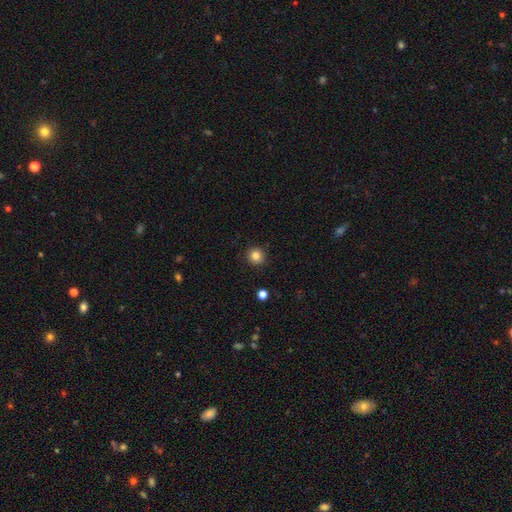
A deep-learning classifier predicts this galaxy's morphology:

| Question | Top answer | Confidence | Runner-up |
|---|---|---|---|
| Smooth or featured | smooth | 84% | star or artifact (11%) |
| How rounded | round | 91% | in between (8%) |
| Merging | none | 91% | minor disturbance (6%) |